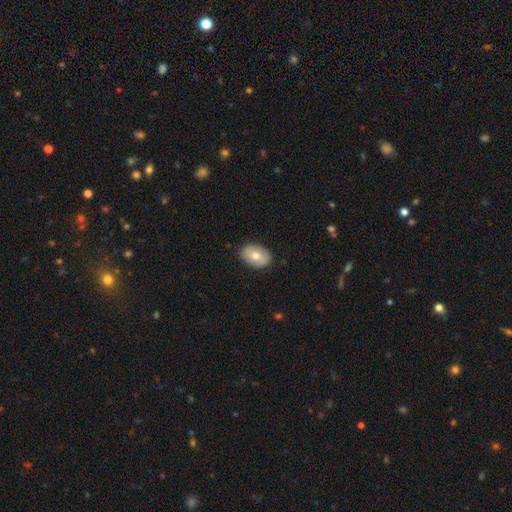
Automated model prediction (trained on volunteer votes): Smooth or featured: smooth — 66% (featured or disk — 27%)
How rounded: in between — 78% (round — 21%)
Merging: none — 87% (minor disturbance — 10%)